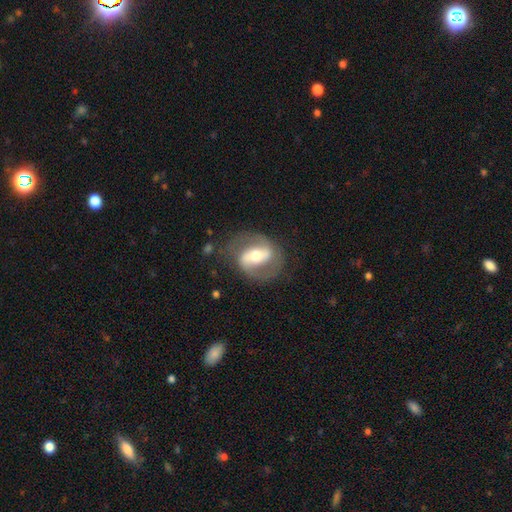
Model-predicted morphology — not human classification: featured or disk 78%, smooth 17%, star or artifact 6%. Down the decision tree: edge-on disk — no (96%); bar — strong (45%); spiral arms — yes (83%); spiral arm count — 2 (86%); spiral winding — medium (50%); bulge size — moderate (68%); merging — none (71%).